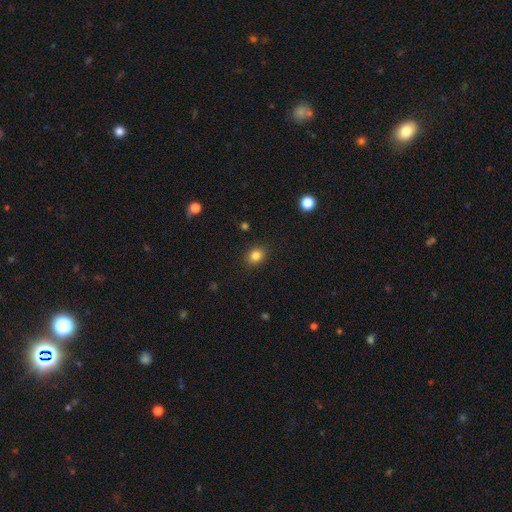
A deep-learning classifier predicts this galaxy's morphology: smooth-or-featured: smooth: 83% | star or artifact: 11% | featured or disk: 6%
  how-rounded: round: 57% | in between: 42% | cigar-shaped: 1%
  merging: none: 89% | minor disturbance: 7% | major disturbance: 2% | merger: 1%